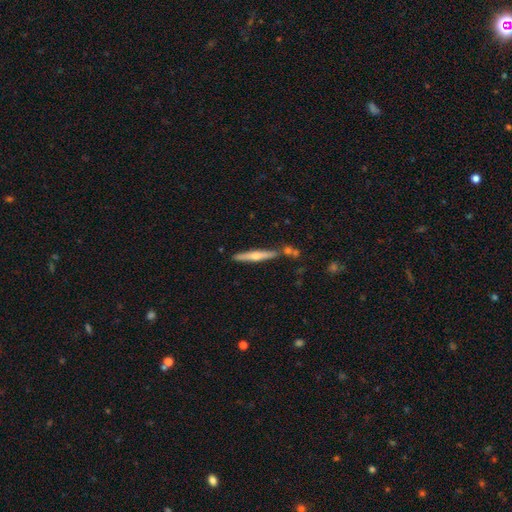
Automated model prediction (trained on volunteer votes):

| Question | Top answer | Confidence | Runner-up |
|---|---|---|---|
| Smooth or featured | featured or disk | 58% | smooth (36%) |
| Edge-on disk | yes | 96% | no (4%) |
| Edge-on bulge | rounded | 84% | none (11%) |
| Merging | none | 80% | minor disturbance (11%) |